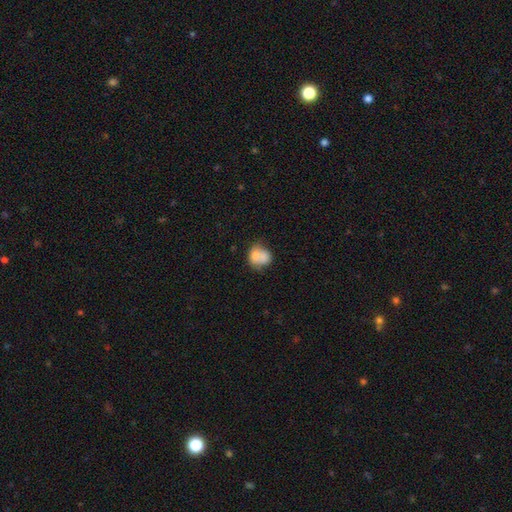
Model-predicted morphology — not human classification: This appears to be a smooth galaxy with no disk features (75%) that is round (67%). Merging: merger (41%).